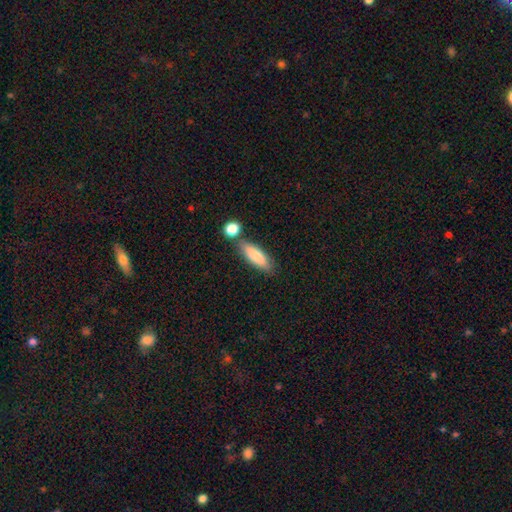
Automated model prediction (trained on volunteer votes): Smooth or featured: smooth — 81% (featured or disk — 13%)
How rounded: in between — 51% (cigar-shaped — 47%)
Merging: none — 70% (minor disturbance — 14%)